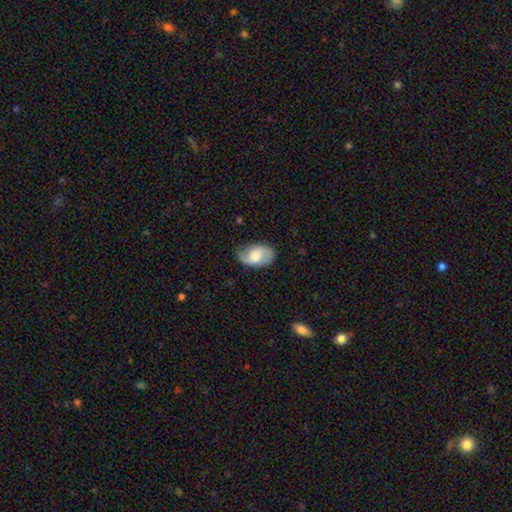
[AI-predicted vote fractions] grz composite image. It shows a featured or disk galaxy (52%) with no bar (48%), spiral arms (87%) and a moderate central bulge (48%). Merging: none (75%).